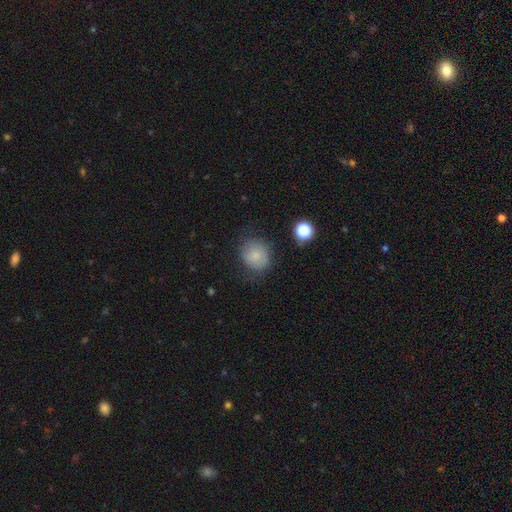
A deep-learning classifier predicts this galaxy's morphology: Smooth or featured?
  - smooth: 78% *
  - featured or disk: 11%
  - star or artifact: 11%
How rounded?
  - round: 80% *
  - in between: 19%
  - cigar-shaped: 1%
Merging?
  - none: 69% *
  - minor disturbance: 21%
  - major disturbance: 8%
  - merger: 2%